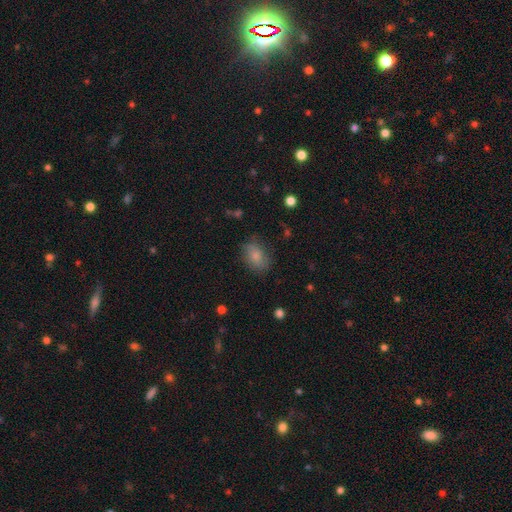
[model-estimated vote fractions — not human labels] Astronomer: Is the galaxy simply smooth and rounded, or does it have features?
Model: smooth — 81%.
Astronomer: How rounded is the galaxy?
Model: in between — 79%.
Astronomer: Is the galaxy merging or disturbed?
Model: none — 73%.